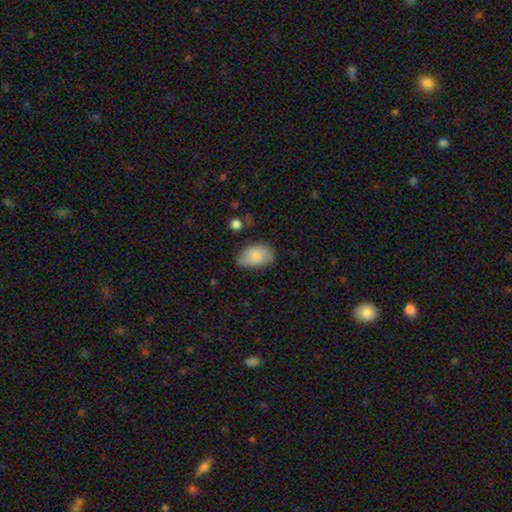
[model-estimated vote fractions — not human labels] Q: Smooth or featured?
A: smooth (79%); runner-up: featured or disk (15%)
Q: How rounded?
A: in between (89%); runner-up: round (9%)
Q: Merging?
A: none (62%); runner-up: minor disturbance (31%)